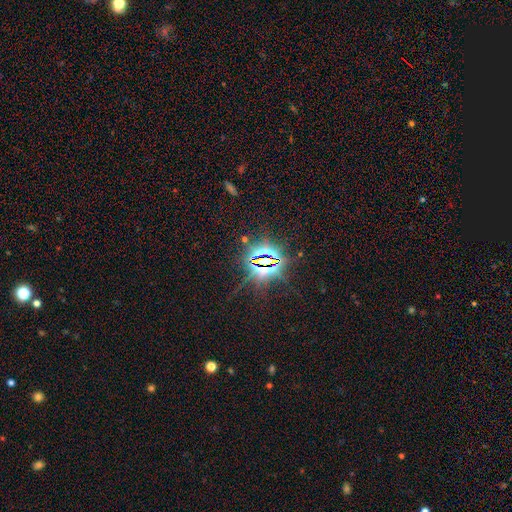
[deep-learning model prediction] A star or artifact, not a galaxy (86%).

Vote fractions:
- Smooth or featured? star or artifact: 86% / smooth: 8% / featured or disk: 7%